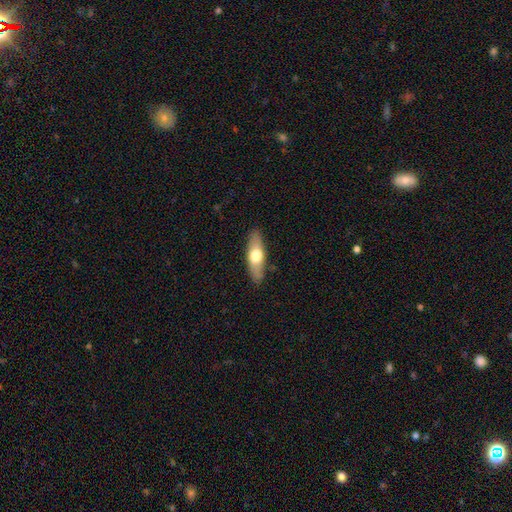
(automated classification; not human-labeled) Smooth or featured: smooth — 60% (featured or disk — 35%)
How rounded: in between — 53% (cigar-shaped — 44%)
Merging: none — 87% (minor disturbance — 10%)